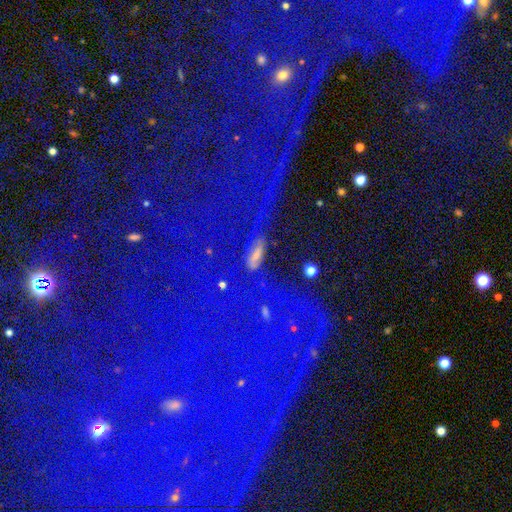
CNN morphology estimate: Overall: smooth (51%; featured or disk 27%). How rounded: in between (63%; cigar-shaped 24%). Merging: none (64%).